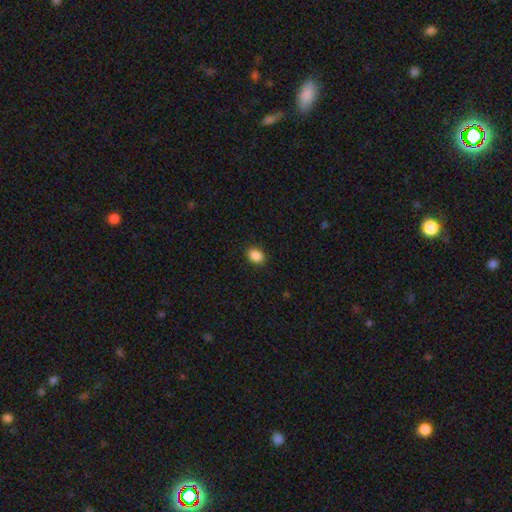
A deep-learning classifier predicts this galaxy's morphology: This appears to be a smooth galaxy with no disk features (89%) that is in between round and cigar-shaped (70%). Merging: none (90%).